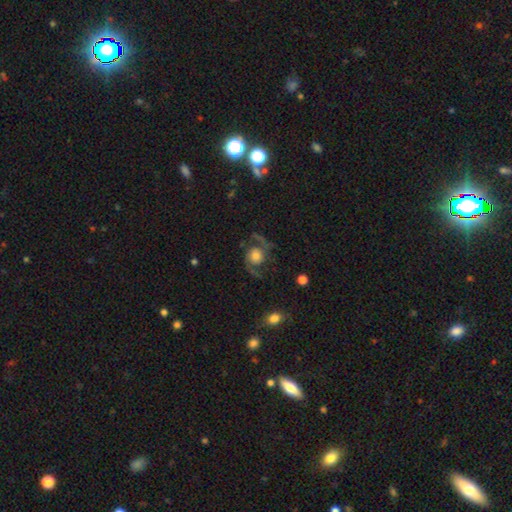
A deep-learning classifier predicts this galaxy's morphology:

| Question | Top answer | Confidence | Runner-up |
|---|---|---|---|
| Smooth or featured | featured or disk | 79% | smooth (14%) |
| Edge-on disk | no | 97% | yes (3%) |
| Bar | no | 76% | weak (19%) |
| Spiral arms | yes | 94% | no (6%) |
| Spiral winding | loose | 46% | medium (44%) |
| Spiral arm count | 2 | 91% | 1 (3%) |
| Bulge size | moderate | 43% | large (25%) |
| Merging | none | 68% | minor disturbance (16%) |